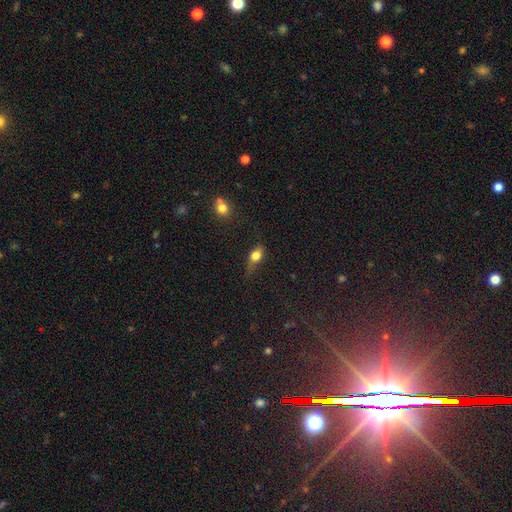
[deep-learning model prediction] This appears to be a smooth galaxy with no disk features (75%) that is in between round and cigar-shaped (70%). Merging: none (50%).